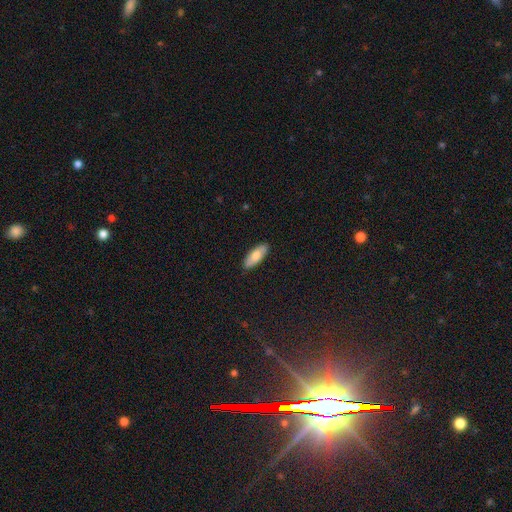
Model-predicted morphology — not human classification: This is likely a smooth galaxy (79%). How rounded: likely in between (74%). Merging: clearly none (88%).